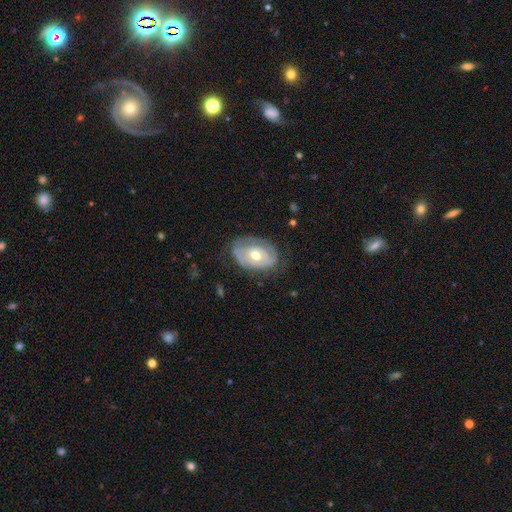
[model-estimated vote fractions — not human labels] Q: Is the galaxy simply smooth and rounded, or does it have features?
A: featured or disk — 66%.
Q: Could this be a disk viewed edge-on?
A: no — 94%.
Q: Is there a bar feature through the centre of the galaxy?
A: no — 74%.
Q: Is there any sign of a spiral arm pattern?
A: yes — 61%.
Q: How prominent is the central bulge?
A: moderate — 75%.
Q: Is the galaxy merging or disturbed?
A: none — 64%.